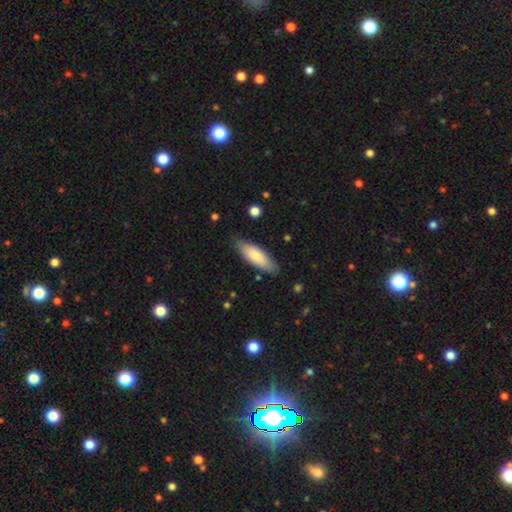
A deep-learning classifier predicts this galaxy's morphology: smooth-or-featured: smooth: 76% | featured or disk: 19% | star or artifact: 5%
  how-rounded: in between: 59% | cigar-shaped: 39% | round: 2%
  merging: none: 83% | minor disturbance: 14% | major disturbance: 2% | merger: 1%